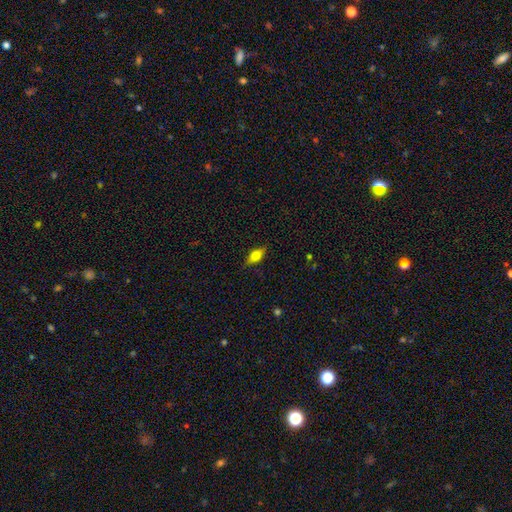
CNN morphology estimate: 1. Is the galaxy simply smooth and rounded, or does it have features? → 57% smooth, 34% featured or disk, 8% star or artifact.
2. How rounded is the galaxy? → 73% in between, 21% cigar-shaped, 6% round.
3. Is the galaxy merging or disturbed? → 84% none, 12% minor disturbance, 3% major disturbance, 1% merger.